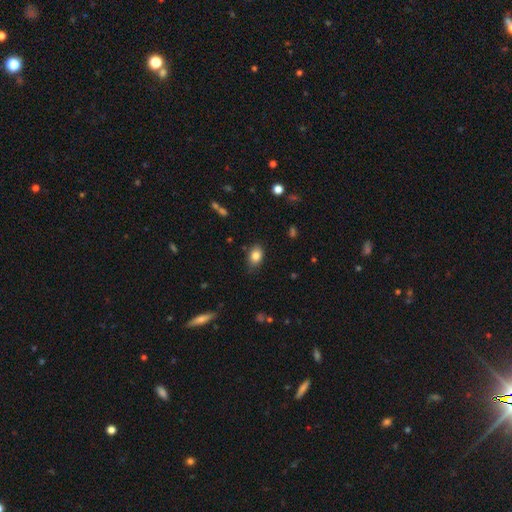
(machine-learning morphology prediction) A smooth galaxy with no disk features (84%) that is in between round and cigar-shaped (82%). Merging: none (80%).